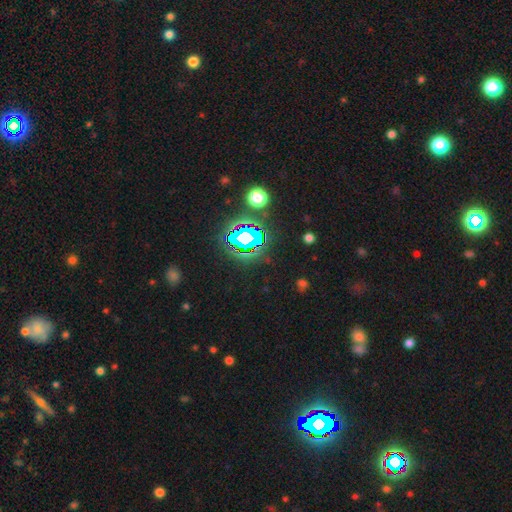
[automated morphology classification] This appears to be a star or artifact, not a galaxy (81%).